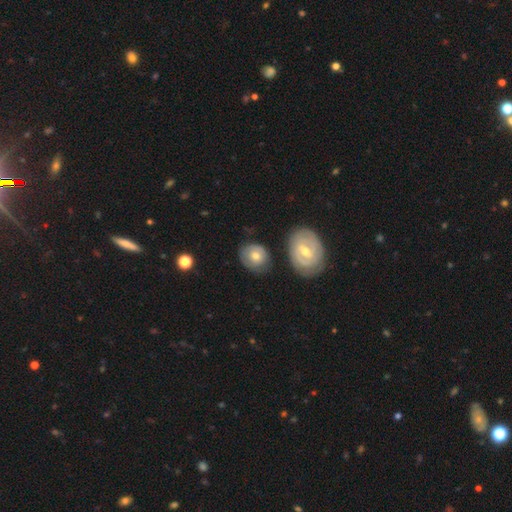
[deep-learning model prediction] smooth_or_featured: smooth (p=0.61) [alt: featured or disk p=0.33]
how_rounded: round (p=0.71) [alt: in between p=0.28]
merging: none (p=0.70) [alt: minor disturbance p=0.17]